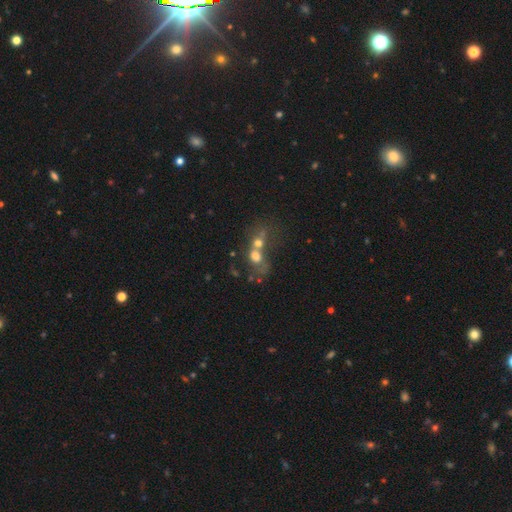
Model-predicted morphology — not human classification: This is possibly a smooth galaxy (56%). How rounded: possibly round (58%). Merging: likely merger (66%).